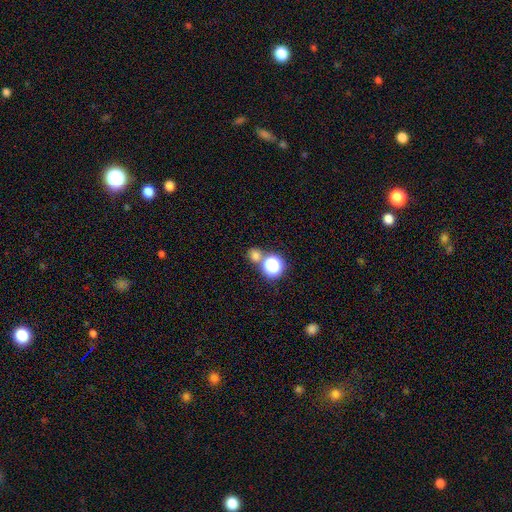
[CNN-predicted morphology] This is likely a smooth galaxy (69%). How rounded: clearly round (81%). Merging: likely none (61%).